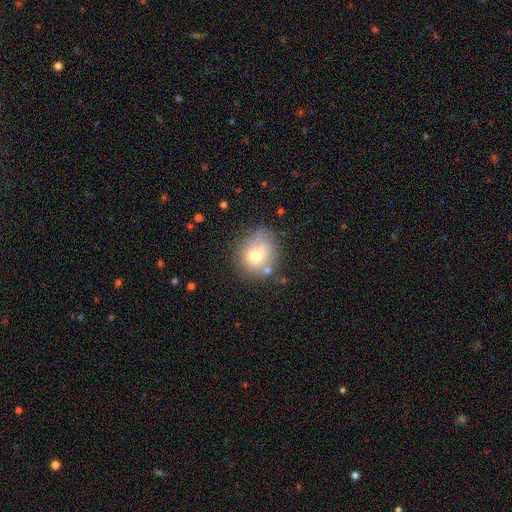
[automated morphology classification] Smooth or featured? Predicted: smooth (p=0.70). How rounded? Predicted: round (p=0.80). Merging? Predicted: none (p=0.58).